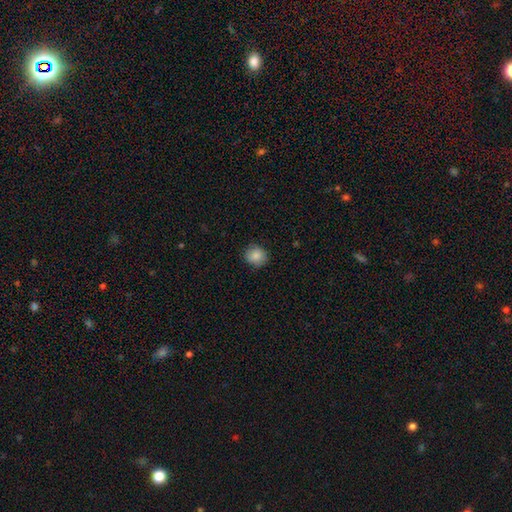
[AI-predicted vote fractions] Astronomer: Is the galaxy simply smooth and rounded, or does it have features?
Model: smooth — 86%.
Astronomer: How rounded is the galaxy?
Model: round — 88%.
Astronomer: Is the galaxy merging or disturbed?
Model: none — 86%.